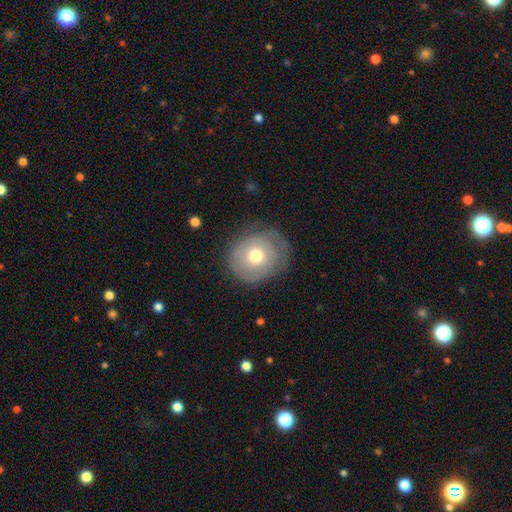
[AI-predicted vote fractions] Q: Smooth or featured?
A: smooth (53%); runner-up: featured or disk (40%)
Q: How rounded?
A: round (80%); runner-up: in between (19%)
Q: Merging?
A: none (65%); runner-up: minor disturbance (24%)